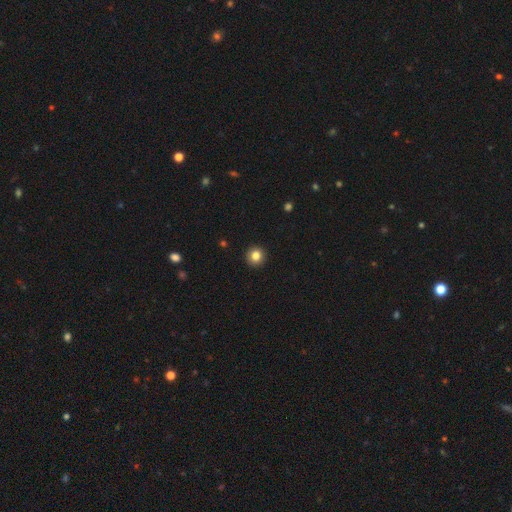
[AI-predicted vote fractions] Overall: smooth (83%). How rounded: round (95%). Merging: none (93%).